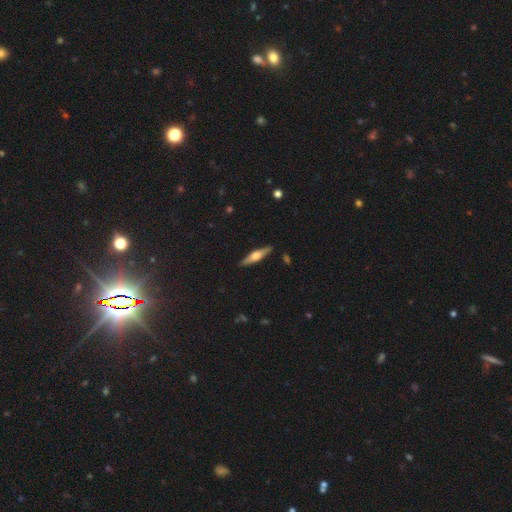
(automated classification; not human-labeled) featured or disk 58%, smooth 36%, star or artifact 6%. Down the decision tree: edge-on disk — yes (95%); edge-on bulge — rounded (87%); merging — none (89%).